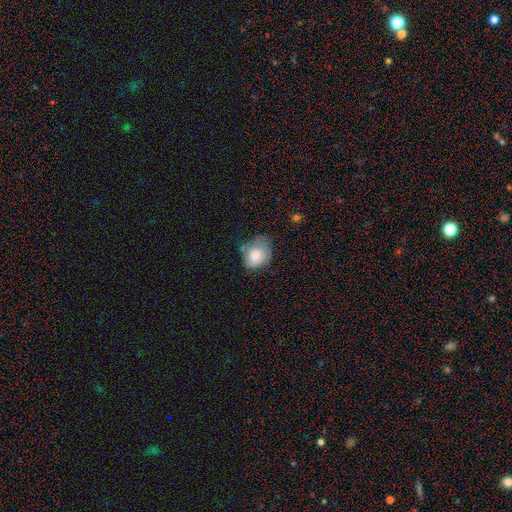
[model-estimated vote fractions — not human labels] This is likely a smooth galaxy (71%). How rounded: possibly in between (58%). Merging: possibly none (51%).